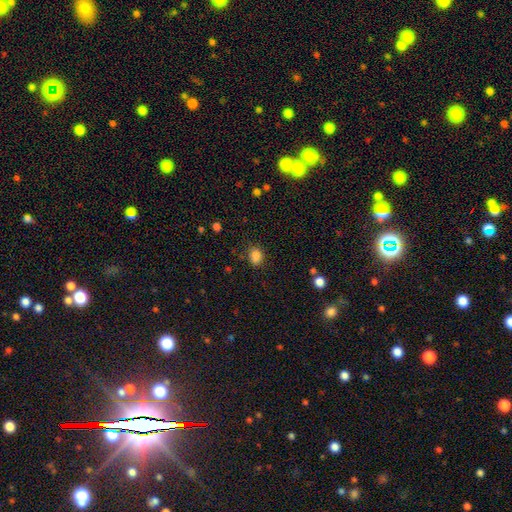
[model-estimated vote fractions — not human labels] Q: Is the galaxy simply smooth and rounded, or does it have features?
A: smooth — 82%.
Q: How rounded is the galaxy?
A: in between — 51%.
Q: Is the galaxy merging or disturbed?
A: none — 70%.